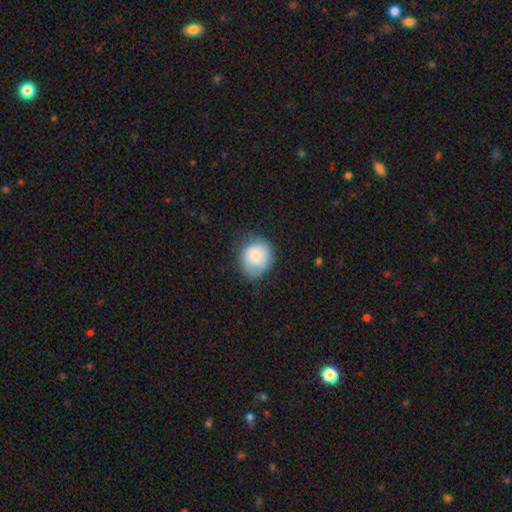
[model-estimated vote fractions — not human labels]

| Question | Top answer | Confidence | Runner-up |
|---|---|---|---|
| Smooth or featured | smooth | 71% | featured or disk (22%) |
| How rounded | round | 71% | in between (28%) |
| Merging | none | 59% | minor disturbance (30%) |